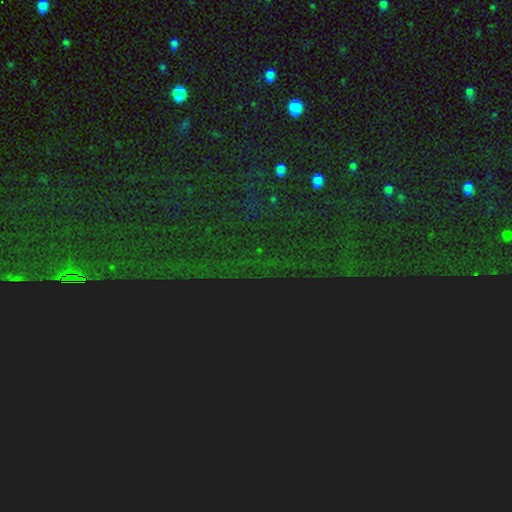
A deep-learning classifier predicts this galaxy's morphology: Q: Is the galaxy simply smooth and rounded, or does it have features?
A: star or artifact — 86%.